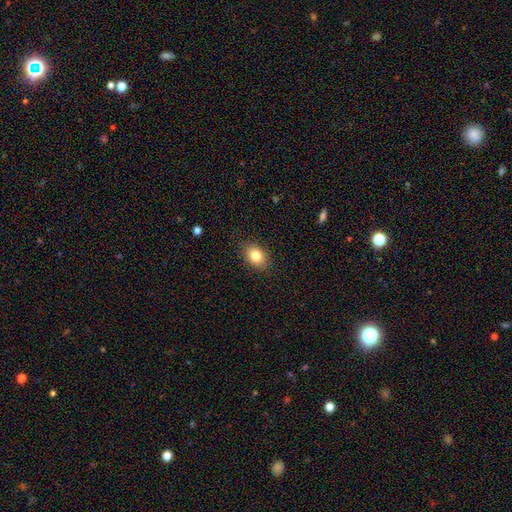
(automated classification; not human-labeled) The model was most divided on "how rounded": in between: 72%, round: 27%, cigar-shaped: 1%. More confident: merging — none (87%); smooth or featured — smooth (82%).